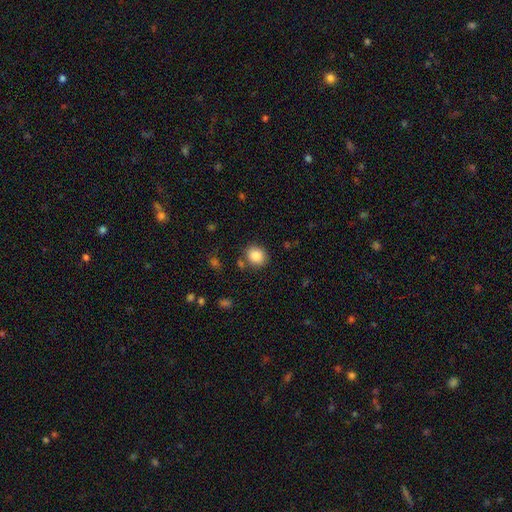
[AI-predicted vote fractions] Smooth or featured: smooth — 86% (star or artifact — 9%)
How rounded: round — 75% (in between — 24%)
Merging: none — 82% (minor disturbance — 10%)